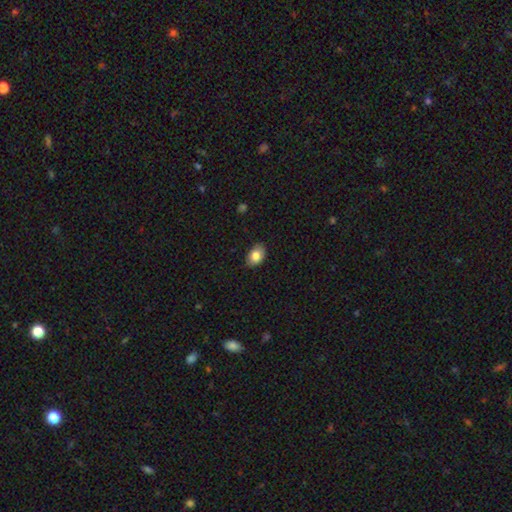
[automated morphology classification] type=smooth (83%); roundness=in between (85%); merging=none (85%).